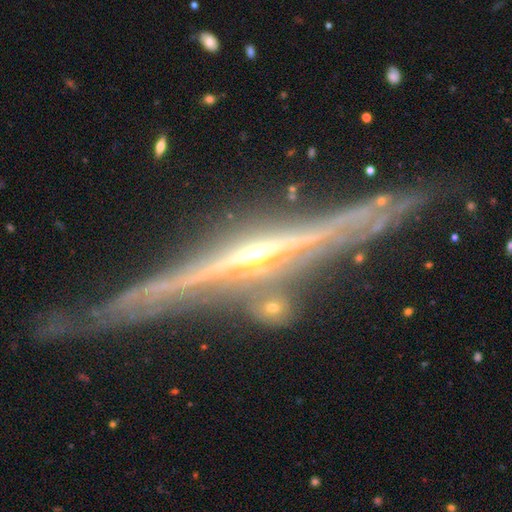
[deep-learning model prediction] Smooth or featured?
  - featured or disk: 85% *
  - star or artifact: 8%
  - smooth: 6%
Edge-on disk?
  - yes: 96% *
  - no: 4%
Edge-on bulge?
  - rounded: 63% *
  - none: 26%
  - boxy: 11%
Merging?
  - none: 77% *
  - minor disturbance: 14%
  - major disturbance: 5%
  - merger: 4%